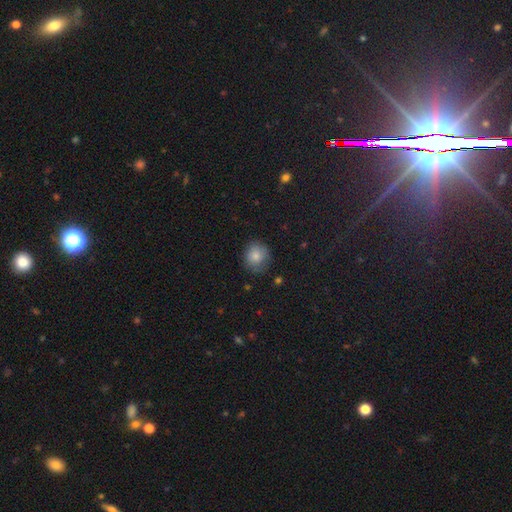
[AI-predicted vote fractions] A smooth galaxy with no disk features (81%) that is round (84%). Merging: none (74%).